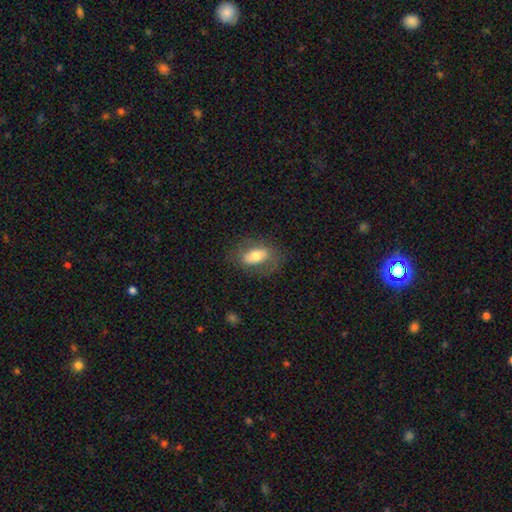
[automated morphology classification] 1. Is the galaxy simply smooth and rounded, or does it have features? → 64% smooth, 29% featured or disk, 7% star or artifact.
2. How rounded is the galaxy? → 86% in between, 8% round, 6% cigar-shaped.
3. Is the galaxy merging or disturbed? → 74% none, 16% minor disturbance, 9% major disturbance, 1% merger.